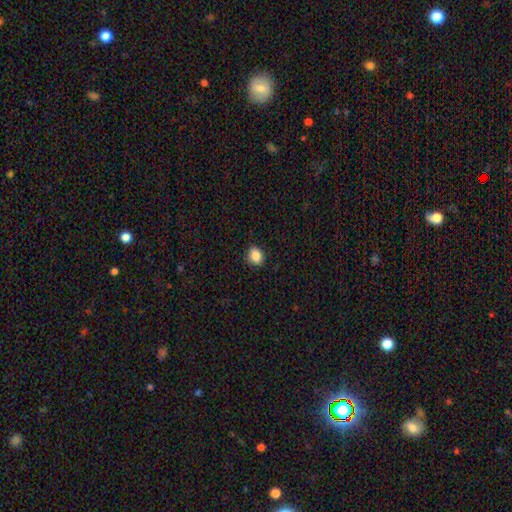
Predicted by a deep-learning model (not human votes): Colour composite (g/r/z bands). It shows a smooth galaxy with no disk features (86%) that is round (51%). Merging: none (87%).